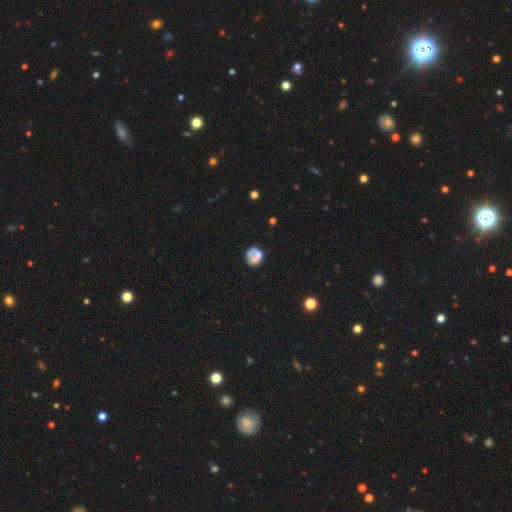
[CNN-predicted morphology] A smooth galaxy with no disk features (54%) that is round (66%).

Vote fractions:
- Smooth or featured? smooth: 54% / featured or disk: 35% / star or artifact: 11%
- How rounded? round: 66% / in between: 33% / cigar-shaped: 1%
- Merging? none: 41% / minor disturbance: 21% / merger: 20% / major disturbance: 18%